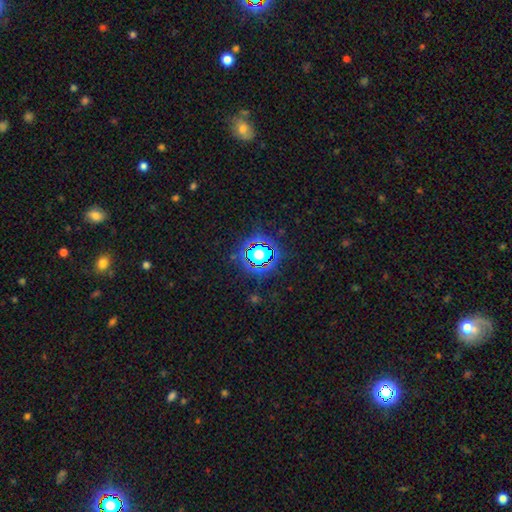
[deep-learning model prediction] Overall: star or artifact (81%).